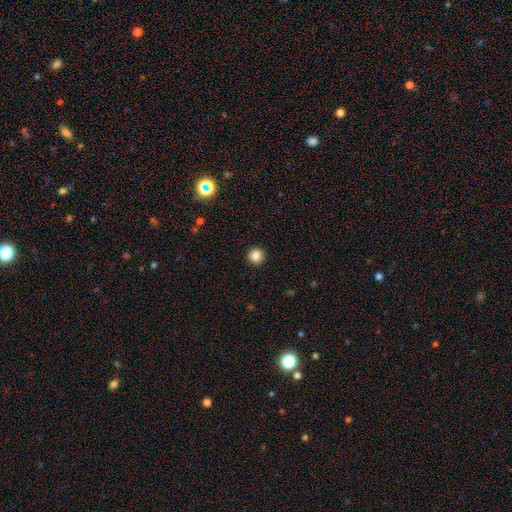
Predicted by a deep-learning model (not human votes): Smooth or featured: smooth — 86% (star or artifact — 11%)
How rounded: round — 94% (in between — 5%)
Merging: none — 93% (minor disturbance — 5%)